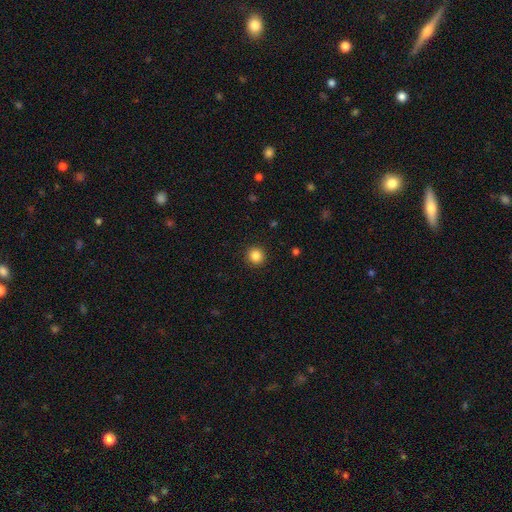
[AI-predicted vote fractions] smooth_or_featured: smooth (p=0.85) [alt: star or artifact p=0.10]
how_rounded: round (p=0.94) [alt: in between p=0.05]
merging: none (p=0.92) [alt: minor disturbance p=0.05]